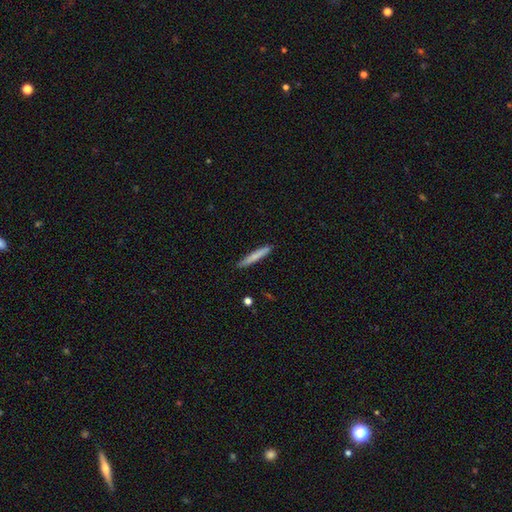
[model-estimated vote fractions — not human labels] Smooth or featured: smooth — 74% (featured or disk — 21%)
How rounded: cigar-shaped — 95% (in between — 3%)
Merging: none — 89% (minor disturbance — 8%)